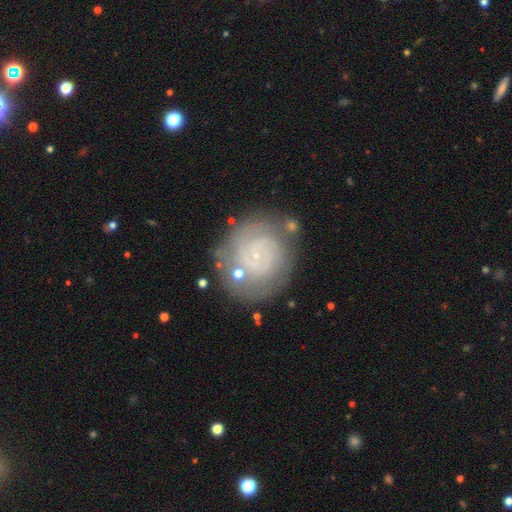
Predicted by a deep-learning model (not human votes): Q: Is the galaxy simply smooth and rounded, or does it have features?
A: featured or disk — 73%.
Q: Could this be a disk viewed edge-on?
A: no — 98%.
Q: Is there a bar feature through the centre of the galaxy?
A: no — 70%.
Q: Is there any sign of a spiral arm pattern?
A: yes — 88%.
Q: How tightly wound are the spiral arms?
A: tight — 72%.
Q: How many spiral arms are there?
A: can't tell — 38%.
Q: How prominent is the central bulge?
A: small — 85%.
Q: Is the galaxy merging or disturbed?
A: none — 73%.